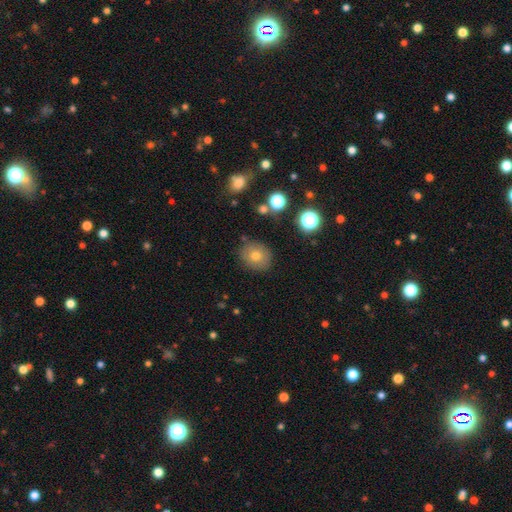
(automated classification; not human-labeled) This appears to be a smooth galaxy with no disk features (72%) that is round (71%). Merging: none (85%).